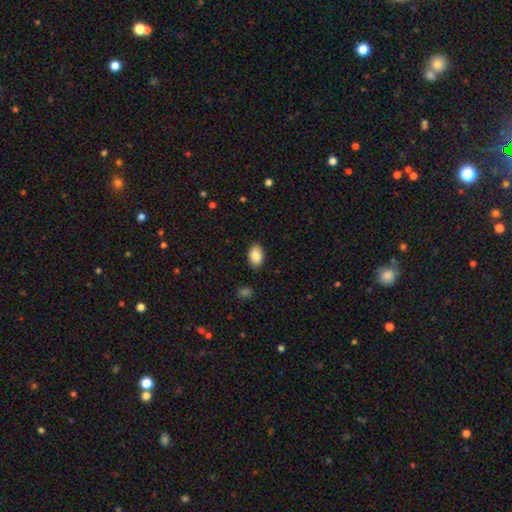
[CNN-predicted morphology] type=smooth (86%); roundness=in between (90%); merging=none (87%).